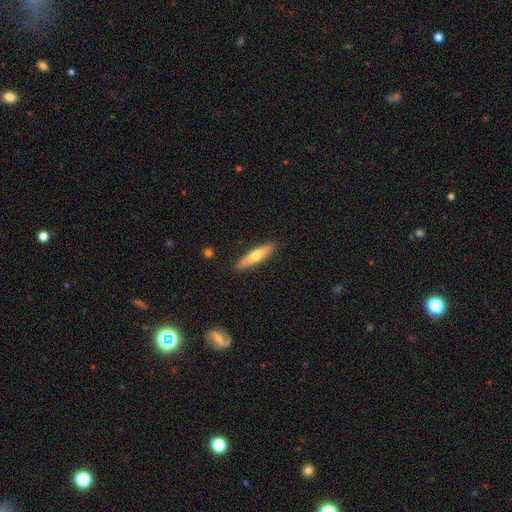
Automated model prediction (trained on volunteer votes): smooth-or-featured: smooth: 55% | featured or disk: 39% | star or artifact: 5%
  how-rounded: cigar-shaped: 81% | in between: 17% | round: 2%
  merging: none: 90% | minor disturbance: 7% | major disturbance: 2% | merger: 1%